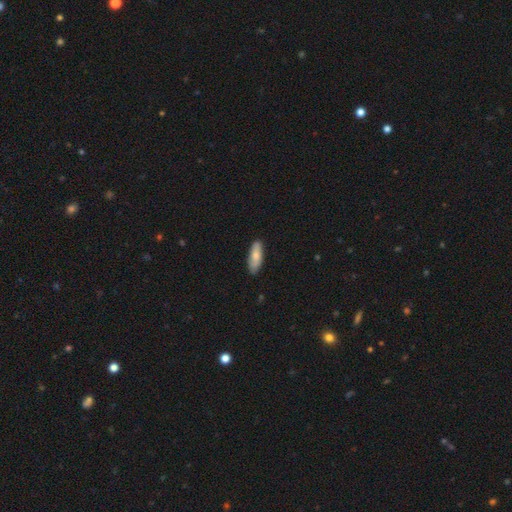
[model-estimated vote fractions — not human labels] The model was most divided on "how rounded": in between: 63%, cigar-shaped: 35%, round: 2%. More confident: merging — none (86%); smooth or featured — smooth (77%).